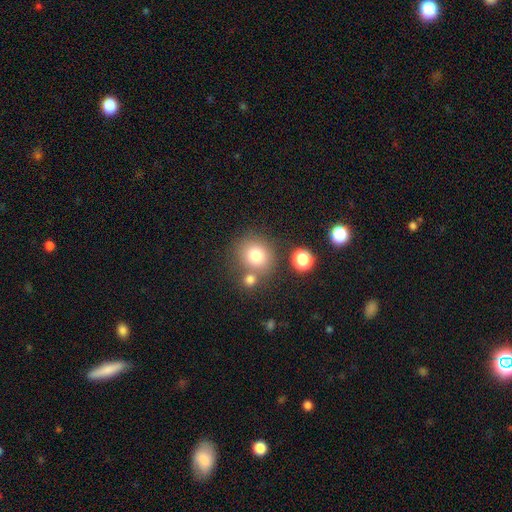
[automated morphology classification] Smooth or featured?
  - smooth: 77% *
  - star or artifact: 12%
  - featured or disk: 10%
How rounded?
  - round: 85% *
  - in between: 14%
  - cigar-shaped: 1%
Merging?
  - none: 67% *
  - merger: 18%
  - minor disturbance: 11%
  - major disturbance: 4%